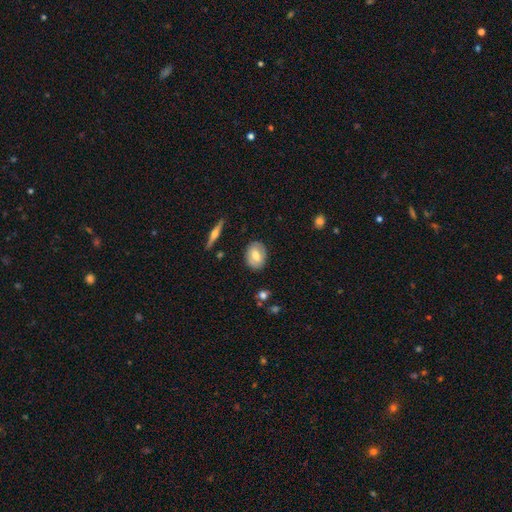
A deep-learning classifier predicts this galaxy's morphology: smooth 57%, featured or disk 36%, star or artifact 7%. Down the decision tree: how rounded — in between (70%); merging — none (83%).